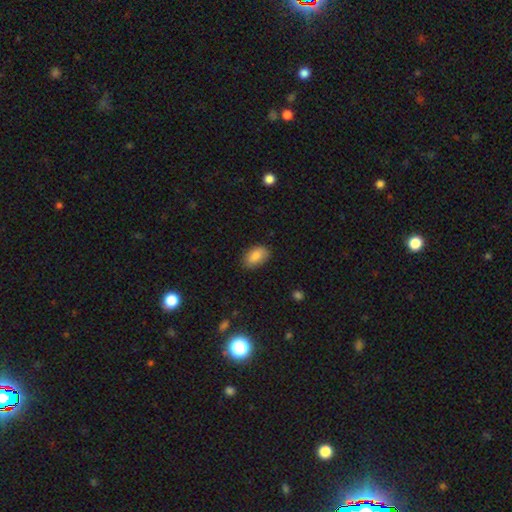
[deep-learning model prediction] This appears to be a smooth galaxy with no disk features (86%) that is in between round and cigar-shaped (92%). Merging: none (83%).